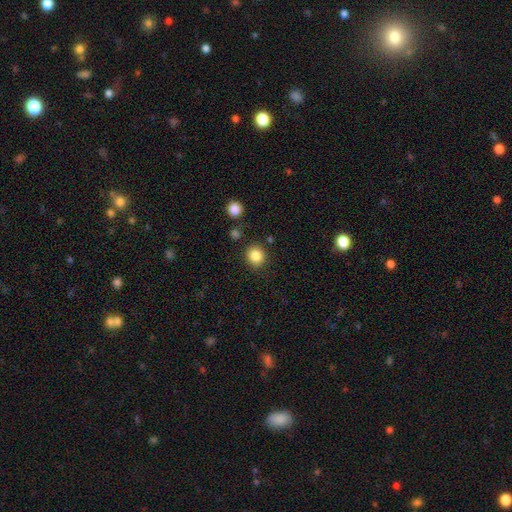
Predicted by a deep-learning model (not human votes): smooth-or-featured: smooth: 85% | star or artifact: 10% | featured or disk: 5%
  how-rounded: round: 86% | in between: 13% | cigar-shaped: 1%
  merging: none: 86% | minor disturbance: 7% | merger: 3% | major disturbance: 3%